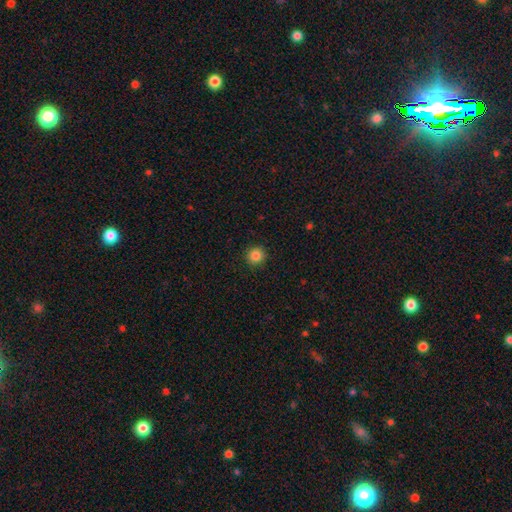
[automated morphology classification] This appears to be a smooth galaxy with no disk features (85%) that is round (94%). Merging: none (92%).